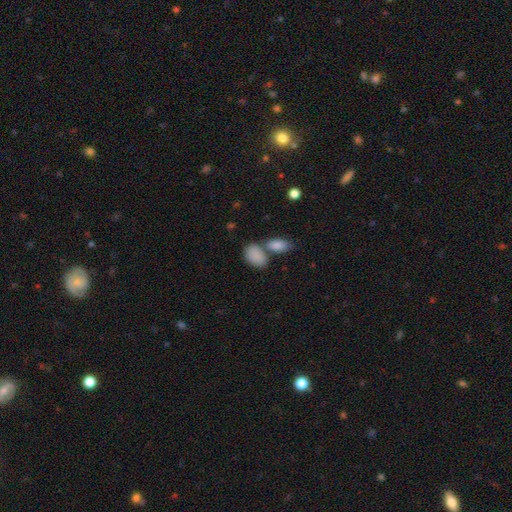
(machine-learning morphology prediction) Smooth or featured: smooth — 87% (star or artifact — 6%)
How rounded: in between — 91% (round — 7%)
Merging: none — 46% (merger — 36%)